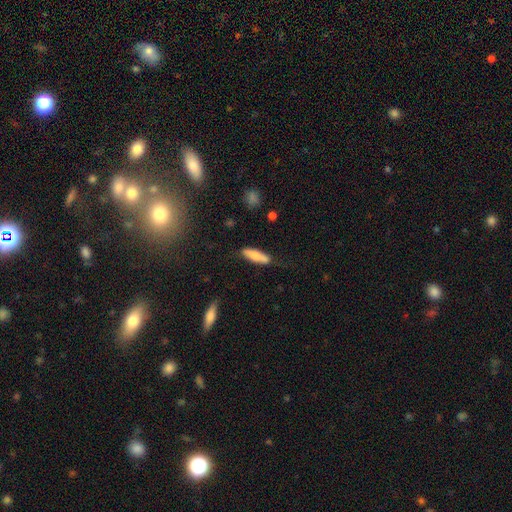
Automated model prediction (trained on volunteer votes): Smooth or featured? smooth (81%)
How rounded? cigar-shaped (58%)
Merging? none (71%)